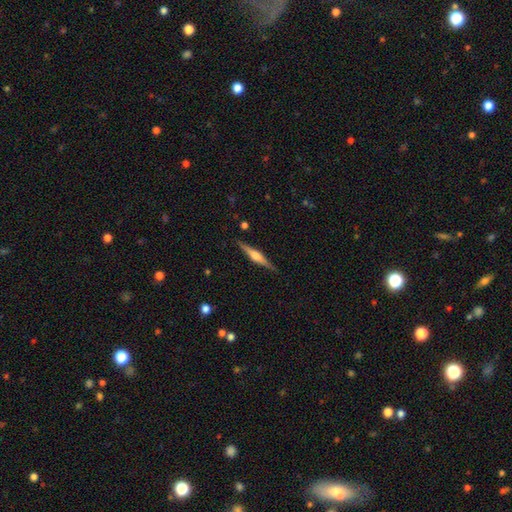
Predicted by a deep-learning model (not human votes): smooth-or-featured: featured or disk: 74% | smooth: 20% | star or artifact: 6%
  disk-edge-on: yes: 98% | no: 2%
    edge-on-bulge: rounded: 84% | boxy: 12% | none: 4%
  merging: none: 90% | minor disturbance: 8% | major disturbance: 2% | merger: 1%